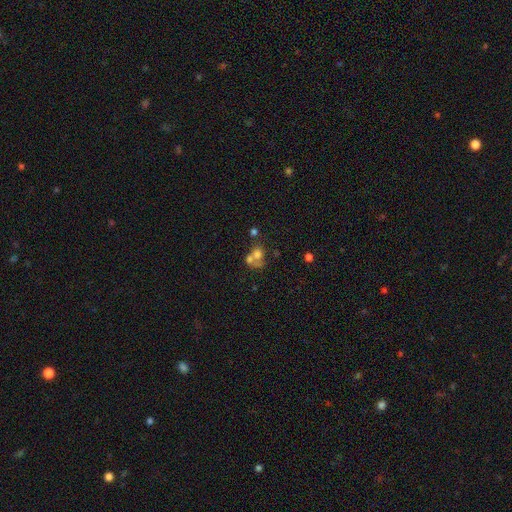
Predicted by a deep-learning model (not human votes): Smooth or featured? smooth (59%)
How rounded? round (67%)
Merging? merger (59%)